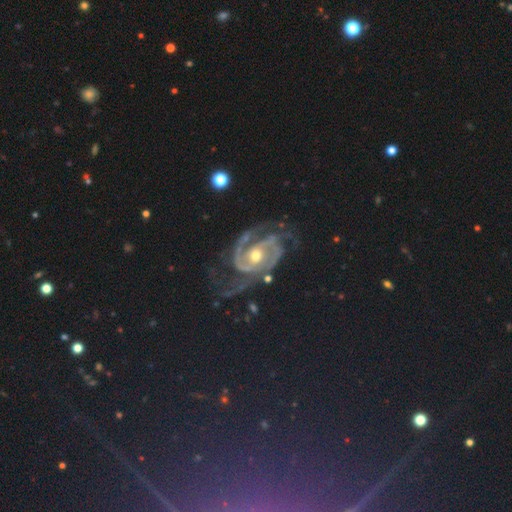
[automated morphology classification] Smooth or featured: featured or disk — 81% (star or artifact — 14%)
Edge-on disk: no — 97% (yes — 3%)
Bar: no — 57% (weak — 28%)
Spiral arms: yes — 97% (no — 3%)
Spiral winding: medium — 45% (tight — 41%)
Spiral arm count: 2 — 66% (3 — 11%)
Bulge size: moderate — 65% (small — 29%)
Merging: none — 63% (minor disturbance — 19%)